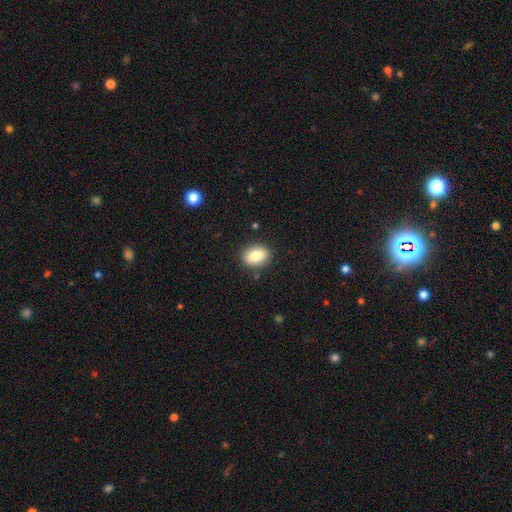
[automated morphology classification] Q: Smooth or featured?
A: smooth (79%); runner-up: featured or disk (12%)
Q: How rounded?
A: in between (61%); runner-up: round (38%)
Q: Merging?
A: none (88%); runner-up: minor disturbance (9%)